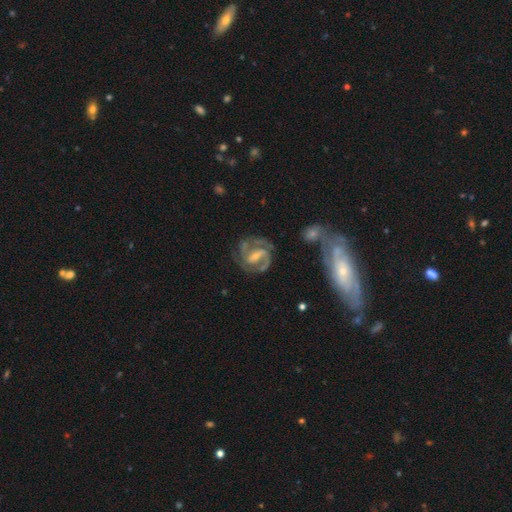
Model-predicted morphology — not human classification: featured or disk 89%, smooth 6%, star or artifact 5%. Down the decision tree: edge-on disk — no (98%); bar — strong (43%); spiral arms — yes (97%); spiral arm count — 2 (59%); spiral winding — medium (50%); bulge size — small (56%); merging — none (67%).